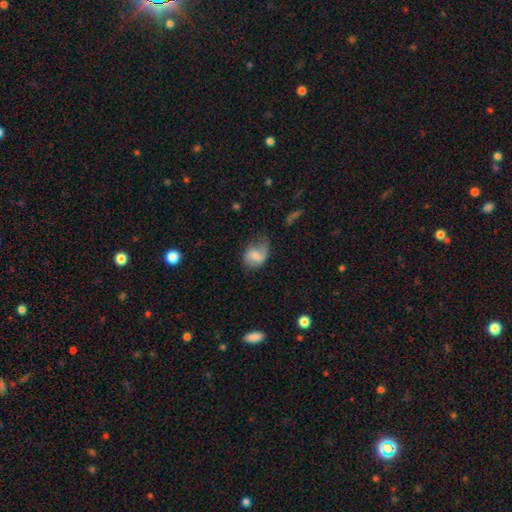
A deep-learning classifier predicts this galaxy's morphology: This appears to be a smooth galaxy with no disk features (62%) that is in between round and cigar-shaped (61%). Merging: none (41%).